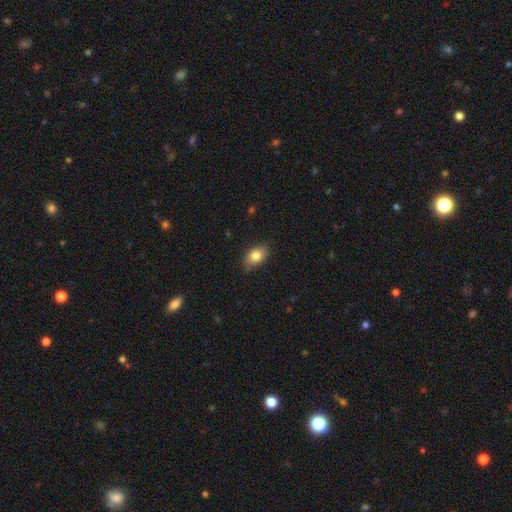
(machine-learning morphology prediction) smooth_or_featured: smooth (p=0.82) [alt: featured or disk p=0.09]
how_rounded: in between (p=0.83) [alt: round p=0.15]
merging: none (p=0.79) [alt: minor disturbance p=0.17]